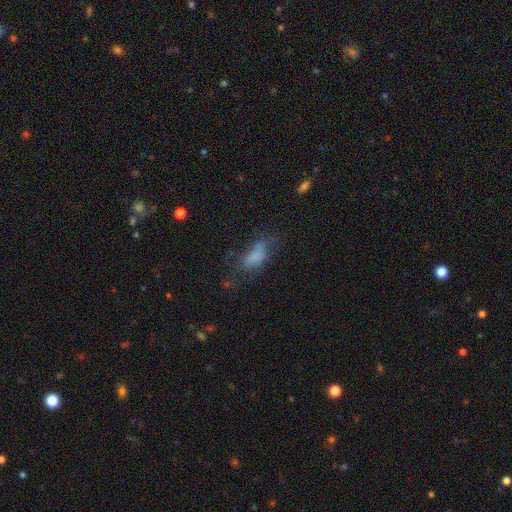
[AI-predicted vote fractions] Smooth or featured?
  - smooth: 69% *
  - featured or disk: 18%
  - star or artifact: 13%
How rounded?
  - in between: 81% *
  - cigar-shaped: 14%
  - round: 4%
Merging?
  - none: 37% *
  - major disturbance: 31%
  - minor disturbance: 28%
  - merger: 5%